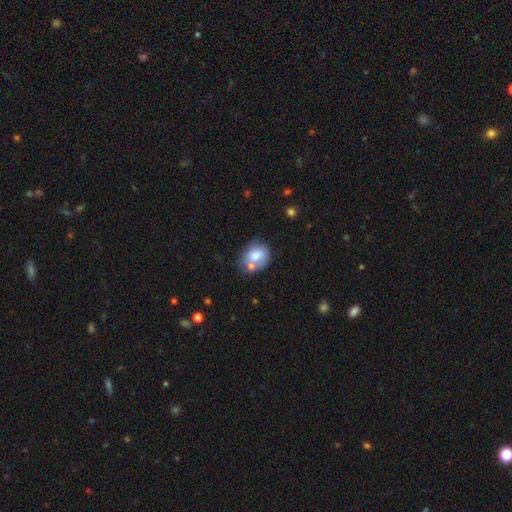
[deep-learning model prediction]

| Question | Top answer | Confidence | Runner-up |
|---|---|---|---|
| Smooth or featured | smooth | 67% | featured or disk (25%) |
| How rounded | round | 58% | in between (41%) |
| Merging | none | 45% | merger (31%) |